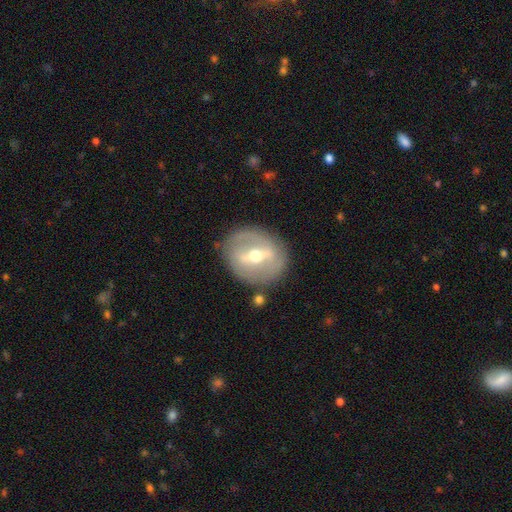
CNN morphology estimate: A featured or disk galaxy (74%) with a strong bar (57%), no spiral arms (51%) and a moderate central bulge (70%). Merging: none (81%).